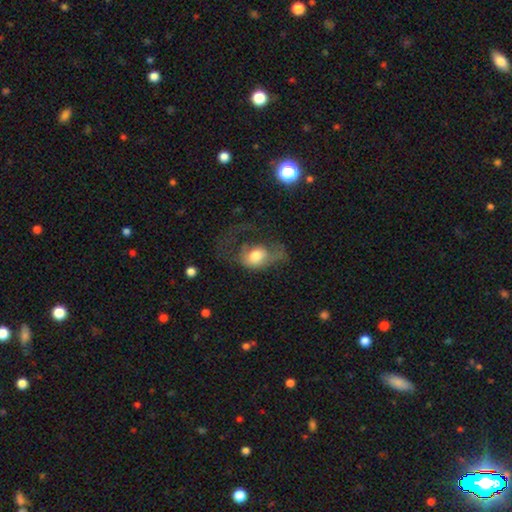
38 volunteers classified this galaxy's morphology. Smooth or featured? smooth (74%)
How rounded? in between (57%)
Merging? major disturbance (71%)